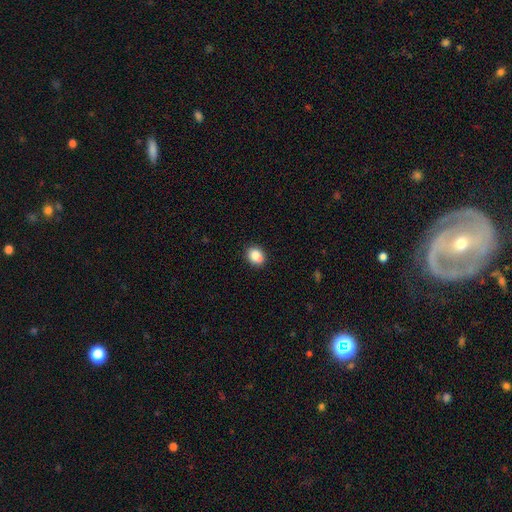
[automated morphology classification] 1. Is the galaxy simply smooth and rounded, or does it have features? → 86% smooth, 9% star or artifact, 5% featured or disk.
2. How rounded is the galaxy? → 55% in between, 44% round, 1% cigar-shaped.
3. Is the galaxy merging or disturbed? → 83% none, 12% minor disturbance, 2% major disturbance, 2% merger.